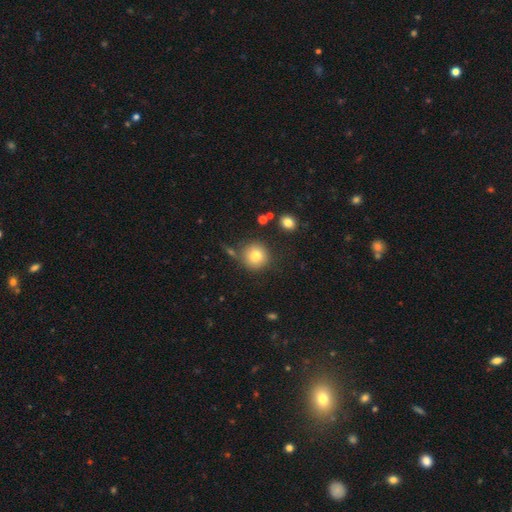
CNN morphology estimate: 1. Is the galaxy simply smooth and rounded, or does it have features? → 80% smooth, 11% star or artifact, 10% featured or disk.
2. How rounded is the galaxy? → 93% round, 6% in between, 1% cigar-shaped.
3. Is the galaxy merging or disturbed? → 78% none, 11% minor disturbance, 7% merger, 4% major disturbance.